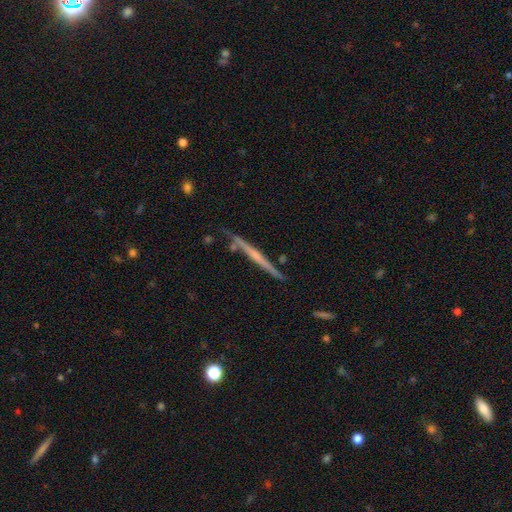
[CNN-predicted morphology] smooth_or_featured: featured or disk (p=0.67) [alt: smooth p=0.27]
disk_edge_on: yes (p=0.97) [alt: no p=0.03]
edge_on_bulge: none (p=0.61) [alt: rounded p=0.30]
merging: none (p=0.83) [alt: minor disturbance p=0.11]